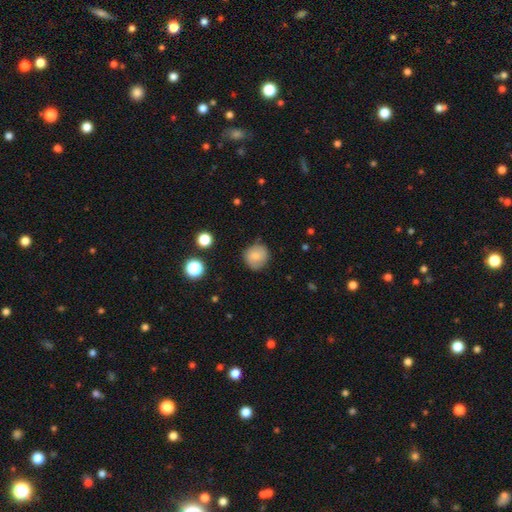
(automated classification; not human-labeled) Smooth or featured: smooth — 78% (featured or disk — 13%)
How rounded: round — 89% (in between — 10%)
Merging: none — 79% (minor disturbance — 16%)